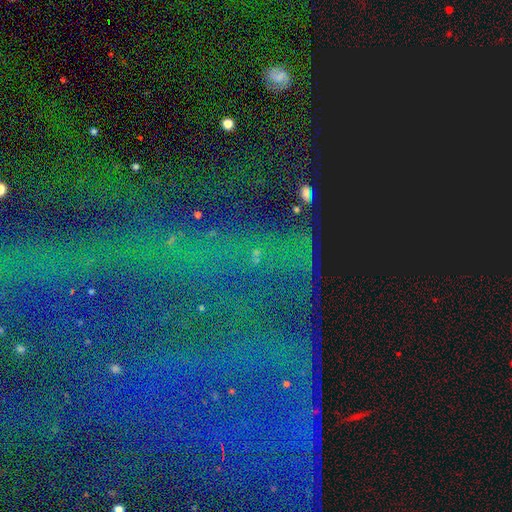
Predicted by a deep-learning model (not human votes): Smooth or featured? star or artifact (85%)